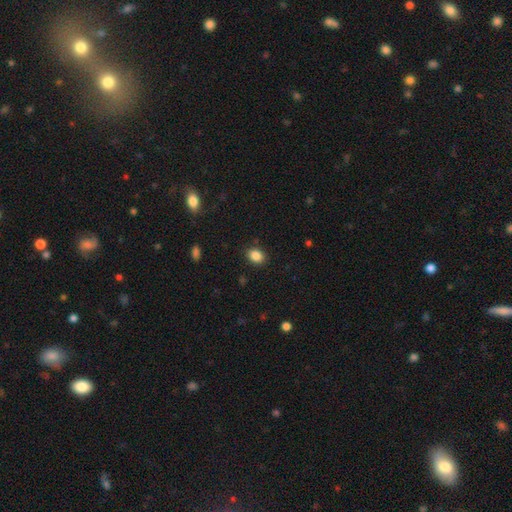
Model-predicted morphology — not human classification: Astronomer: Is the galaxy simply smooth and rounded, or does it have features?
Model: smooth — 87%.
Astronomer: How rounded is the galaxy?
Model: in between — 65%.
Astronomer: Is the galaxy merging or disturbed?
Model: none — 87%.